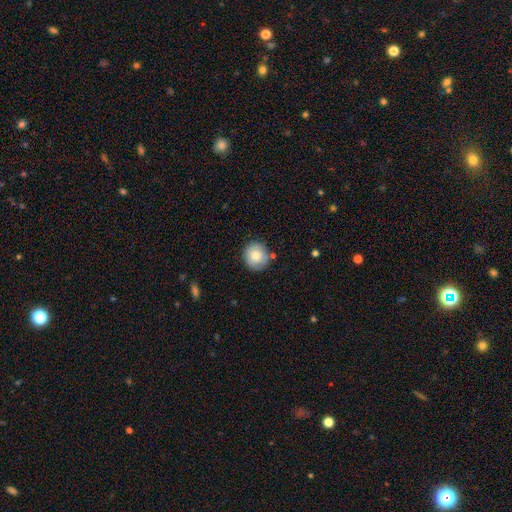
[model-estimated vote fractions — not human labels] Smooth or featured: smooth — 81% (featured or disk — 11%)
How rounded: round — 90% (in between — 9%)
Merging: none — 84% (minor disturbance — 11%)